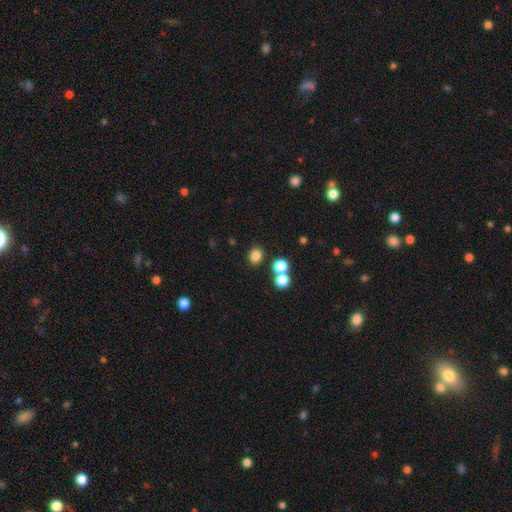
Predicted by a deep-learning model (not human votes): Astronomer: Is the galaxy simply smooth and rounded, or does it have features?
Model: smooth — 81%.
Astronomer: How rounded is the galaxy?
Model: round — 67%.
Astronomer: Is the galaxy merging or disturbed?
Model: none — 80%.